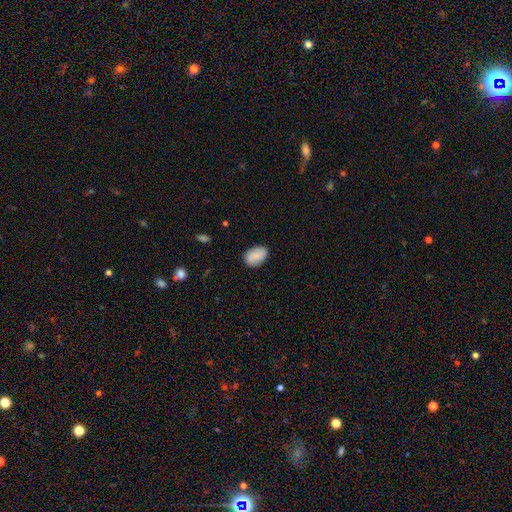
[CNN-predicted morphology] Q: Smooth or featured?
A: smooth (78%); runner-up: featured or disk (15%)
Q: How rounded?
A: in between (84%); runner-up: round (15%)
Q: Merging?
A: none (83%); runner-up: minor disturbance (12%)